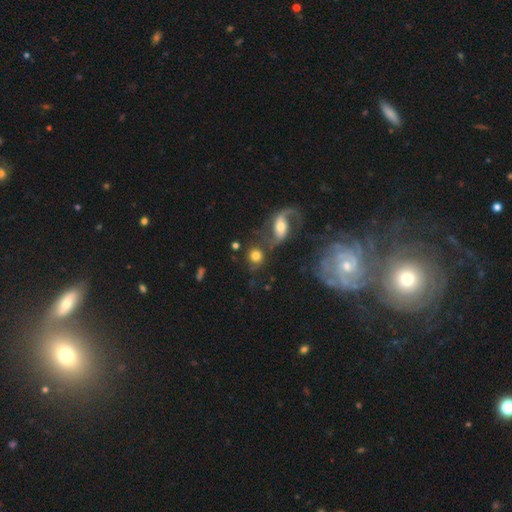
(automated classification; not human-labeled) Smooth or featured: smooth — 67% (featured or disk — 23%)
How rounded: round — 85% (in between — 14%)
Merging: none — 52% (merger — 25%)